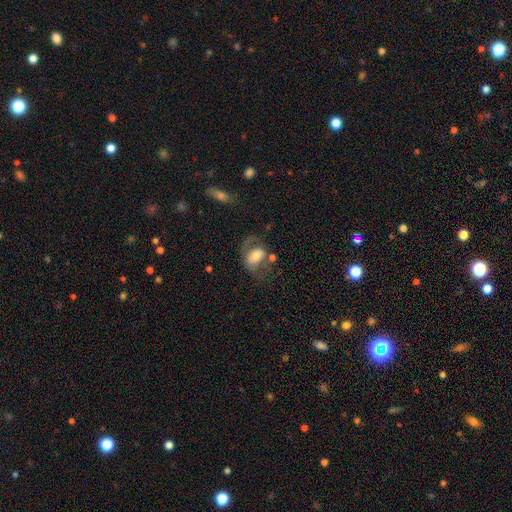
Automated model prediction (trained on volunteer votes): smooth-or-featured: featured or disk: 50% | smooth: 42% | star or artifact: 8%
  disk-edge-on: no: 94% | yes: 6%
  merging: none: 40% | major disturbance: 30% | minor disturbance: 20% | merger: 10%